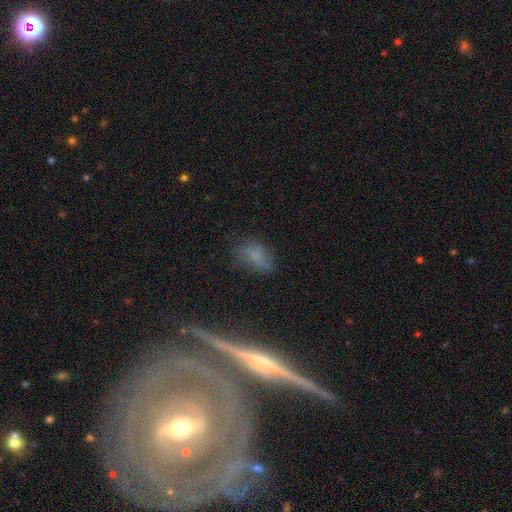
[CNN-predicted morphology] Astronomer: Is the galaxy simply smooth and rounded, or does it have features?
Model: smooth — 61%.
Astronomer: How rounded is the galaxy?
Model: in between — 81%.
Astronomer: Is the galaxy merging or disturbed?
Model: none — 60%.